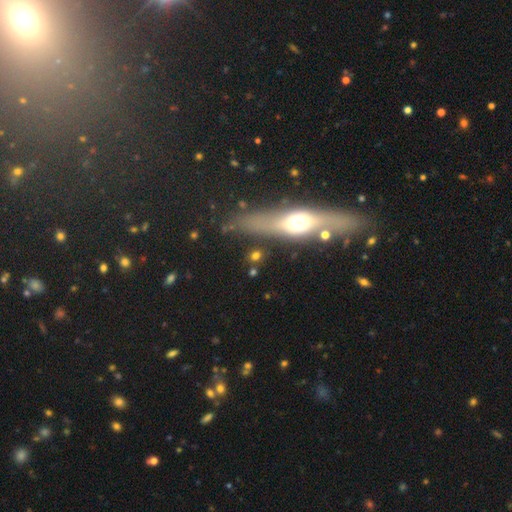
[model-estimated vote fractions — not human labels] smooth-or-featured: smooth: 55% | featured or disk: 26% | star or artifact: 19%
  how-rounded: round: 44% | in between: 33% | cigar-shaped: 24%
  merging: none: 76% | minor disturbance: 11% | major disturbance: 6% | merger: 6%